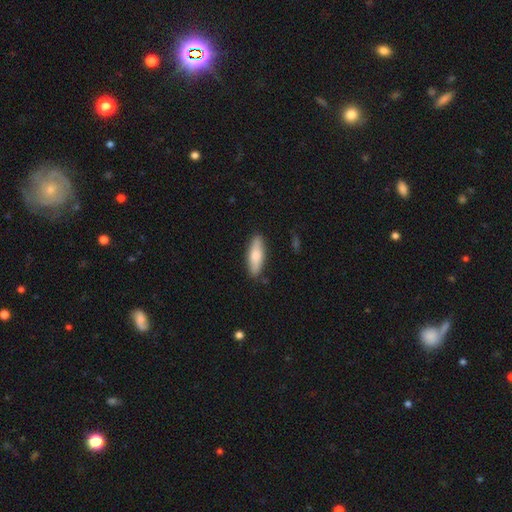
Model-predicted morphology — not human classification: A smooth galaxy with no disk features (73%) that is cigar-shaped (50%). Merging: none (86%).